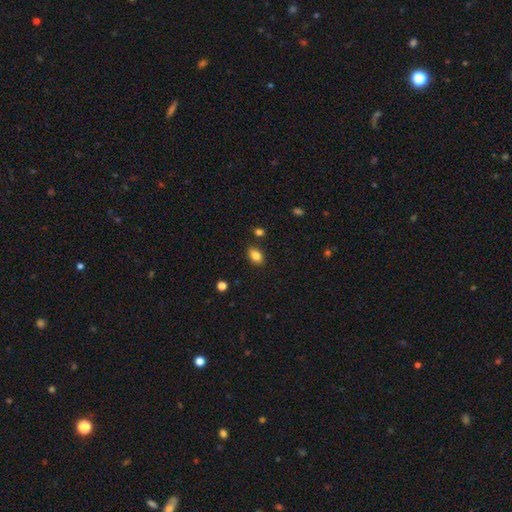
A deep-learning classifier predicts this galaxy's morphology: smooth-or-featured: smooth: 83% | star or artifact: 9% | featured or disk: 8%
  how-rounded: in between: 83% | round: 16% | cigar-shaped: 2%
  merging: none: 83% | minor disturbance: 11% | merger: 4% | major disturbance: 2%